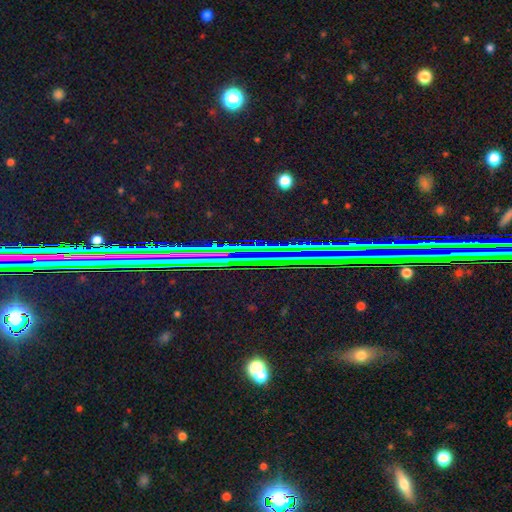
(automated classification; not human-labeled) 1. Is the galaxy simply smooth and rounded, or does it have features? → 79% star or artifact, 12% featured or disk, 10% smooth.